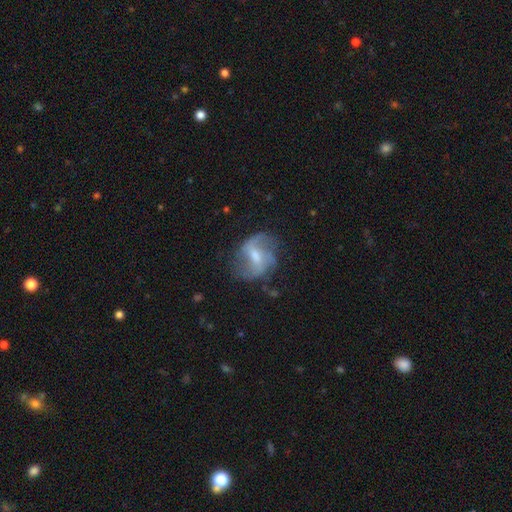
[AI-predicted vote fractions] Smooth or featured?
  - featured or disk: 73% *
  - smooth: 18%
  - star or artifact: 8%
Edge-on disk?
  - no: 97% *
  - yes: 3%
Bar?
  - weak: 53% *
  - no: 24%
  - strong: 23%
Spiral arms?
  - yes: 86% *
  - no: 14%
Spiral winding?
  - loose: 49% *
  - medium: 38%
  - tight: 13%
Spiral arm count?
  - 2: 62% *
  - can't tell: 17%
  - 3: 11%
  - 1: 5%
  - 4: 3%
  - more than 4: 2%
Bulge size?
  - moderate: 52% *
  - small: 33%
  - none: 8%
  - large: 6%
  - dominant: 1%
Merging?
  - none: 63% *
  - minor disturbance: 21%
  - major disturbance: 14%
  - merger: 2%